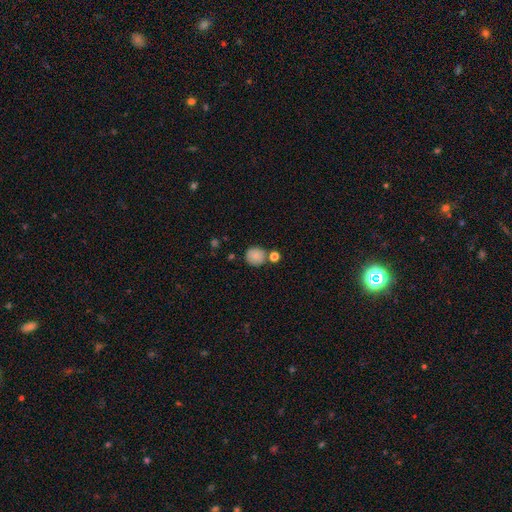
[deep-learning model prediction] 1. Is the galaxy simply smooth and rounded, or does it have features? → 81% smooth, 10% star or artifact, 9% featured or disk.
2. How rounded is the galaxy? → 87% round, 12% in between, 1% cigar-shaped.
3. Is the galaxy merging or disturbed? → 69% none, 16% merger, 12% minor disturbance, 3% major disturbance.